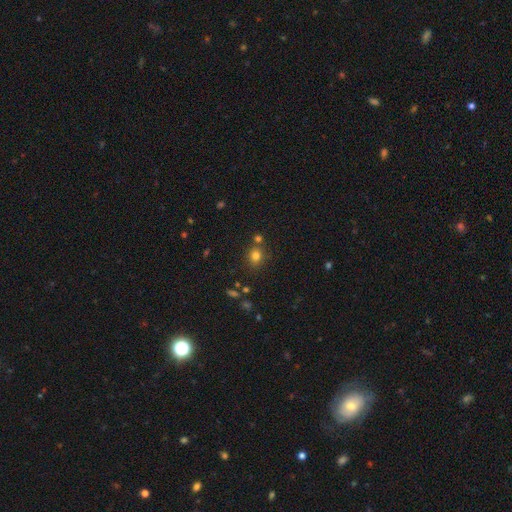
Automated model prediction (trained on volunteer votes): Overall: smooth (76%). How rounded: round (76%). Merging: none (74%).